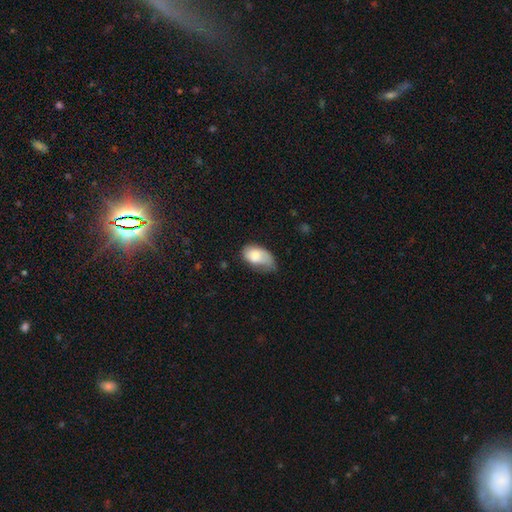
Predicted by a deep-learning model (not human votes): Overall: smooth (76%). How rounded: in between (92%). Merging: minor disturbance (44%; none 29%).